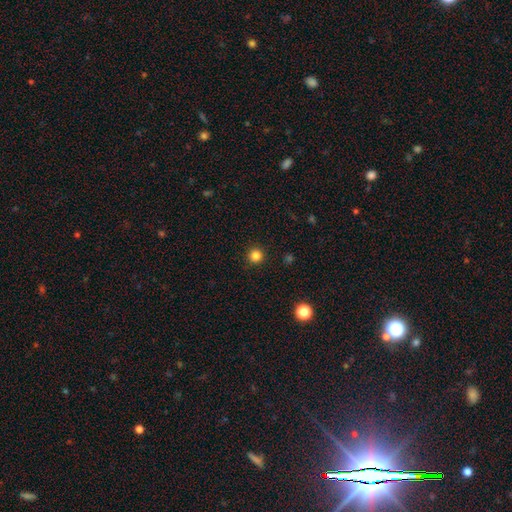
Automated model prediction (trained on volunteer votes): Q: Smooth or featured?
A: smooth (83%); runner-up: star or artifact (13%)
Q: How rounded?
A: round (96%); runner-up: in between (3%)
Q: Merging?
A: none (92%); runner-up: minor disturbance (5%)